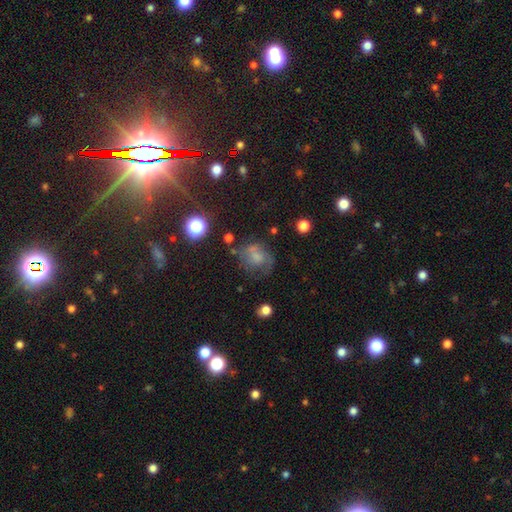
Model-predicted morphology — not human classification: A smooth galaxy with no disk features (49%). Merging: none (42%).